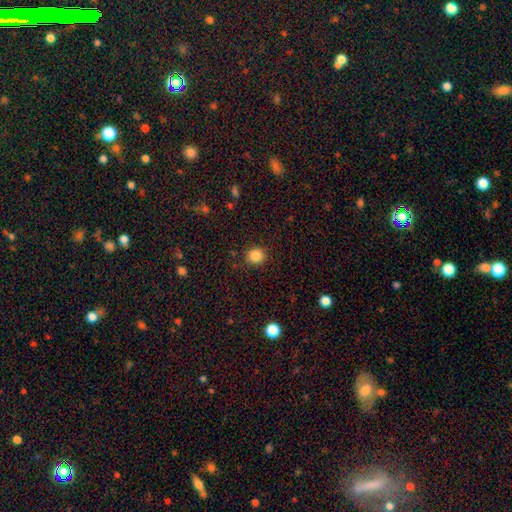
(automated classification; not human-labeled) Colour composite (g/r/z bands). It shows a smooth galaxy with no disk features (85%) that is round (86%). Merging: none (89%).